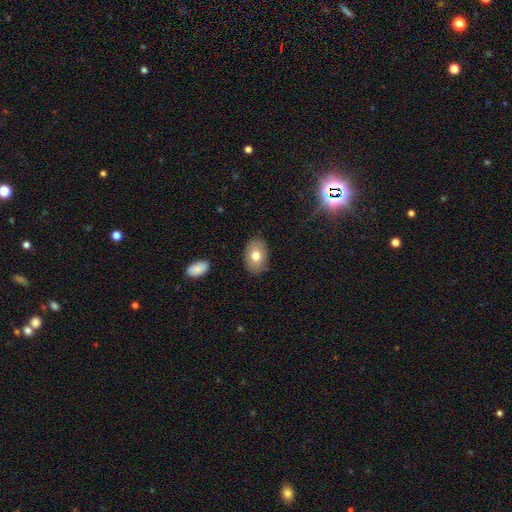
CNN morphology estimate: Overall: smooth (74%). How rounded: in between (86%). Merging: none (85%).